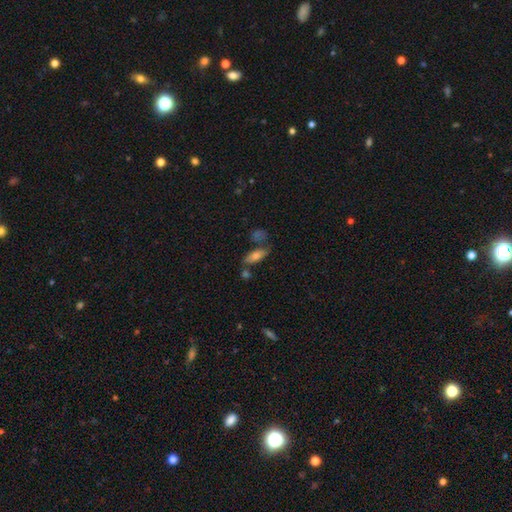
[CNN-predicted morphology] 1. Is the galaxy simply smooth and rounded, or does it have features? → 71% smooth, 20% featured or disk, 9% star or artifact.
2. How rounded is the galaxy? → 76% in between, 20% cigar-shaped, 3% round.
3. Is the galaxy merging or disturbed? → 55% none, 19% merger, 18% minor disturbance, 8% major disturbance.